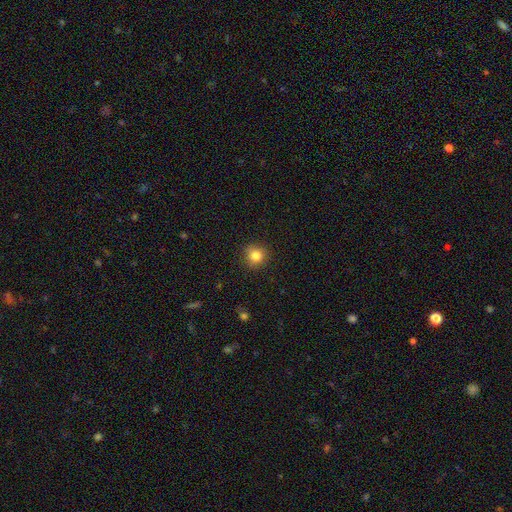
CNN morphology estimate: Smooth or featured? Predicted: smooth (p=0.82). How rounded? Predicted: round (p=0.90). Merging? Predicted: none (p=0.87).